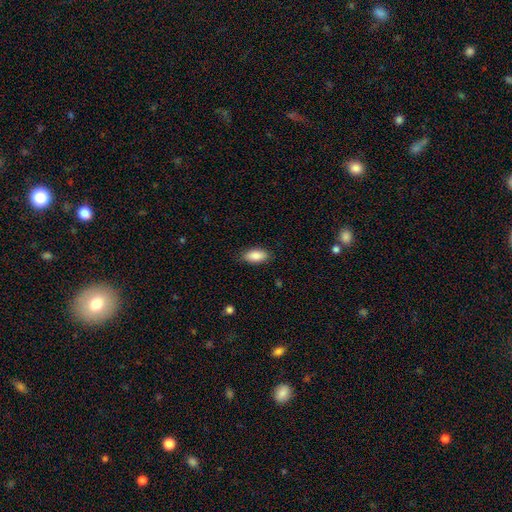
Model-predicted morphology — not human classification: smooth 88%, star or artifact 7%, featured or disk 6%. Down the decision tree: how rounded — in between (91%); merging — none (84%).